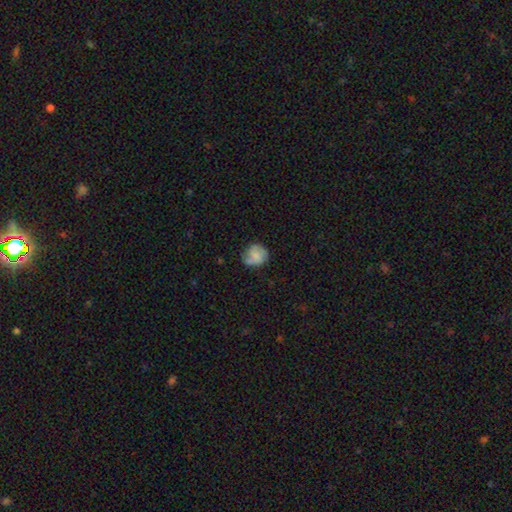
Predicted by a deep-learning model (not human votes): The model was most divided on "smooth or featured": smooth: 56%, featured or disk: 36%, star or artifact: 9%. More confident: how rounded — round (77%); merging — none (65%).